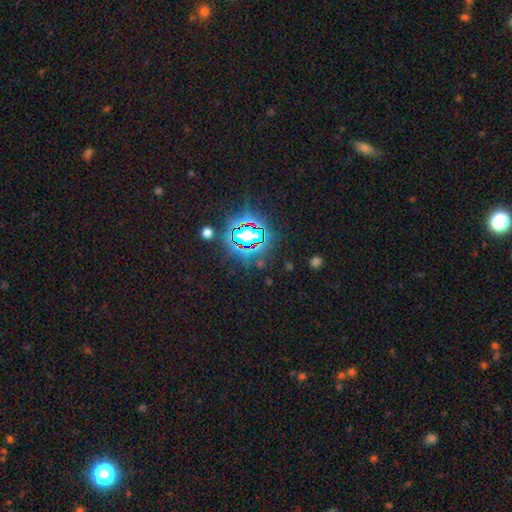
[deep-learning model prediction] Smooth or featured? Predicted: star or artifact (p=0.81).